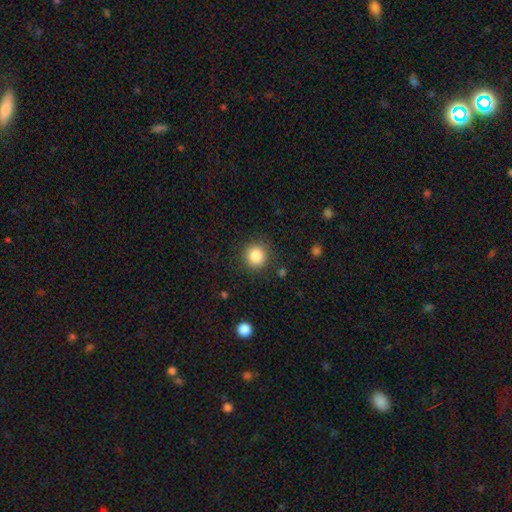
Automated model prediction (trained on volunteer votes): Smooth or featured: smooth — 85% (star or artifact — 10%)
How rounded: round — 92% (in between — 7%)
Merging: none — 88% (minor disturbance — 7%)